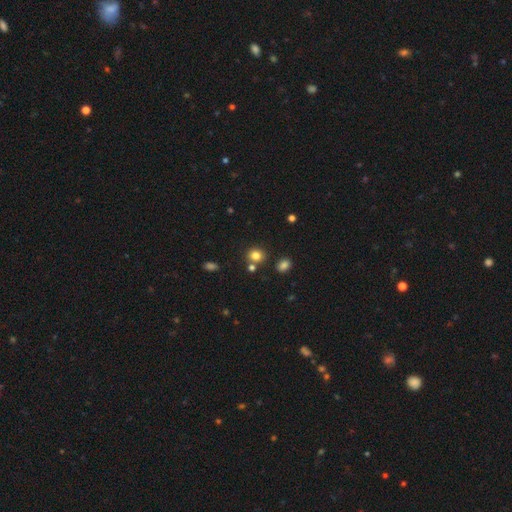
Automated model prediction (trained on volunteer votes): smooth_or_featured: smooth (p=0.80) [alt: star or artifact p=0.14]
how_rounded: round (p=0.78) [alt: in between p=0.21]
merging: none (p=0.76) [alt: merger p=0.12]